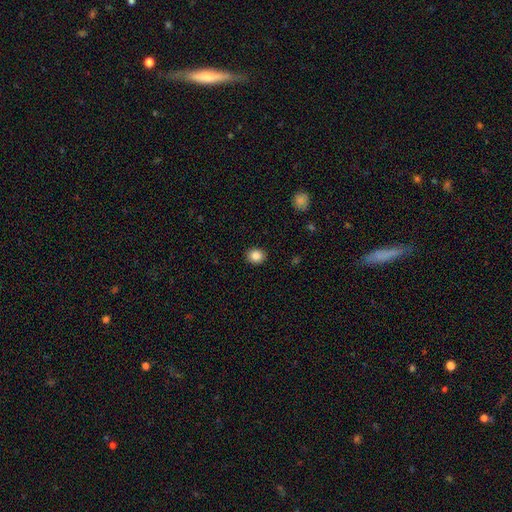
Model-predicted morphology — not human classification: Smooth or featured? smooth (86%)
How rounded? round (70%)
Merging? none (91%)